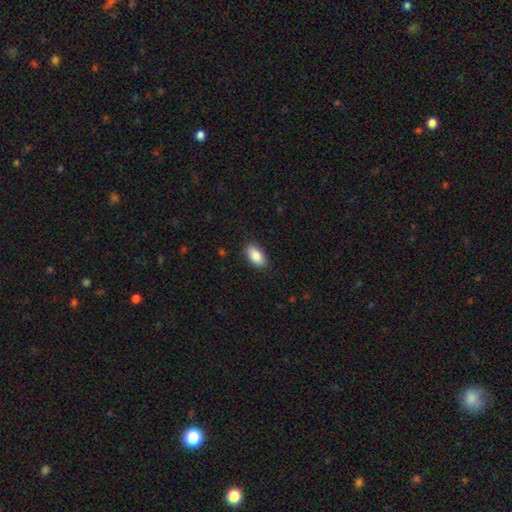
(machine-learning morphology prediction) smooth_or_featured: smooth (p=0.87) [alt: star or artifact p=0.07]
how_rounded: in between (p=0.93) [alt: cigar-shaped p=0.04]
merging: none (p=0.88) [alt: minor disturbance p=0.09]